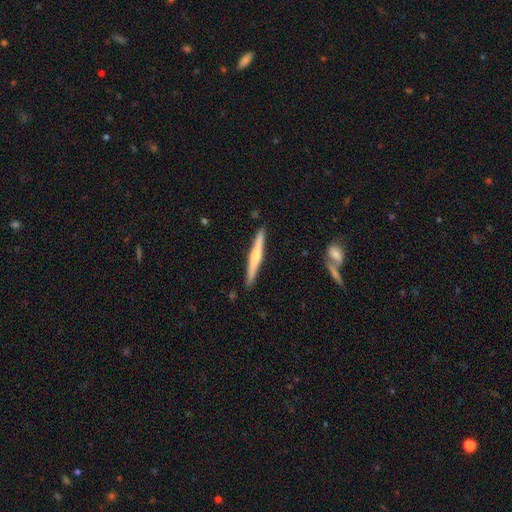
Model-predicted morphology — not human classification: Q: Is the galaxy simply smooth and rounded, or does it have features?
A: featured or disk — 56%.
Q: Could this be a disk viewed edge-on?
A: yes — 98%.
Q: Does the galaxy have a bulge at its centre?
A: rounded — 67%.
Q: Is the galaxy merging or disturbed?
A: none — 89%.